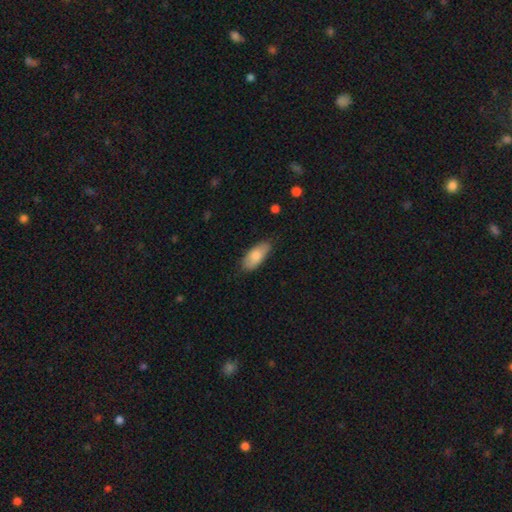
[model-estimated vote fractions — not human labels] Morphology: type=smooth (77%); roundness=in between (87%); merging=none (78%).